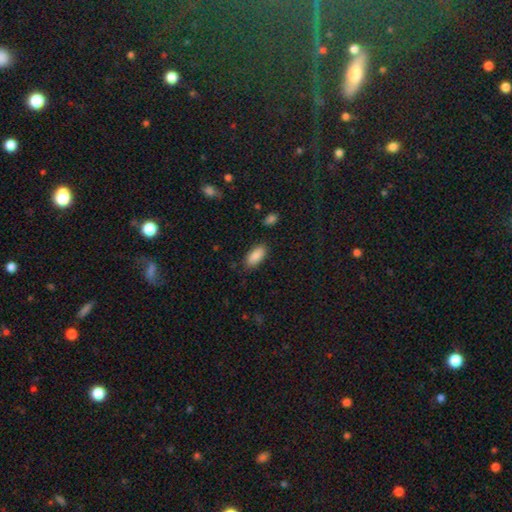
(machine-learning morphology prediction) type=smooth (89%); roundness=in between (90%); merging=none (84%).